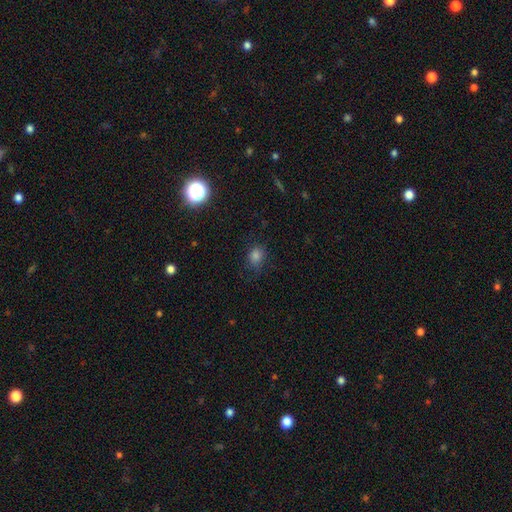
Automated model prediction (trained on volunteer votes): Q: Smooth or featured?
A: smooth (76%); runner-up: star or artifact (18%)
Q: How rounded?
A: round (57%); runner-up: in between (42%)
Q: Merging?
A: none (76%); runner-up: minor disturbance (18%)